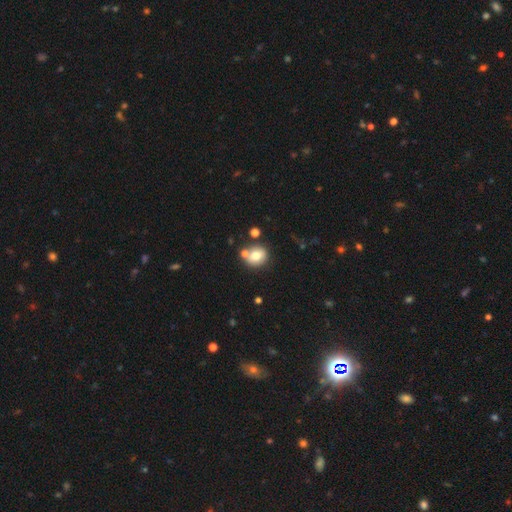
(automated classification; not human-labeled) A smooth galaxy with no disk features (73%) that is round (75%). Merging: none (62%).